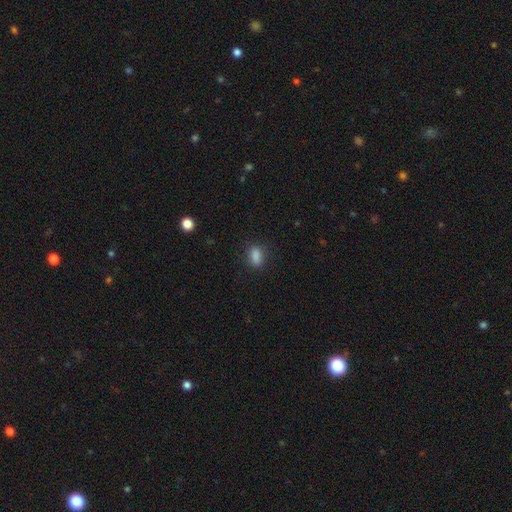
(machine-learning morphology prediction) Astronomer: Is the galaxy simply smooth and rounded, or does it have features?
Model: smooth — 85%.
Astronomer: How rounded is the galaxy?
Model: in between — 79%.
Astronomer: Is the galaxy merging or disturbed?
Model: none — 83%.